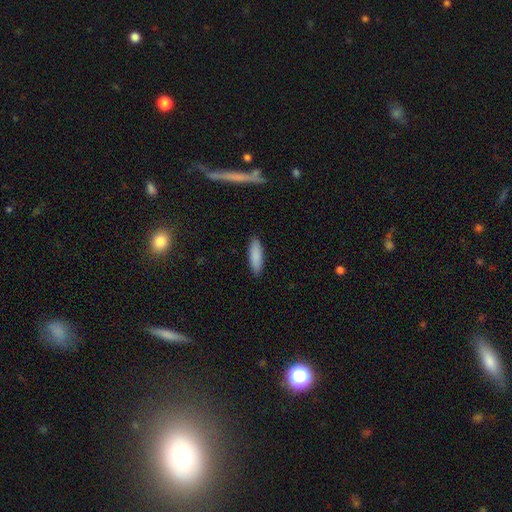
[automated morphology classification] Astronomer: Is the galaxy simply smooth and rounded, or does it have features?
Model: smooth — 88%.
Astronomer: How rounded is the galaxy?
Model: in between — 52% (runner-up: cigar-shaped, 46%).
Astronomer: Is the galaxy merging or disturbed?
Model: none — 89%.